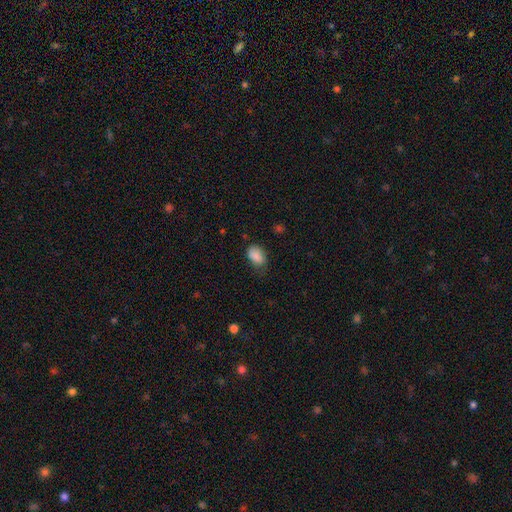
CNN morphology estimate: Smooth or featured: smooth — 87% (star or artifact — 8%)
How rounded: in between — 85% (round — 13%)
Merging: none — 58% (minor disturbance — 32%)